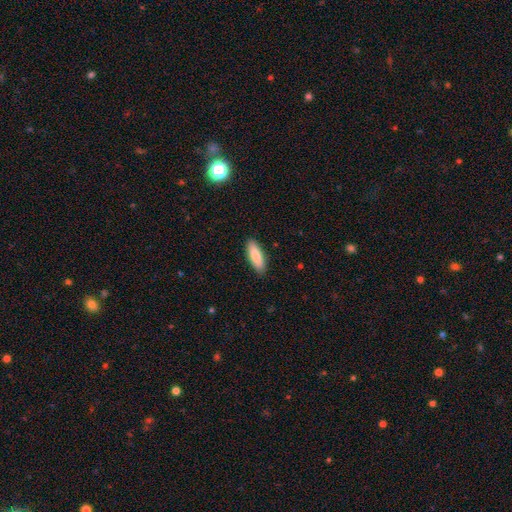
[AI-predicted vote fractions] Q: Smooth or featured?
A: smooth (83%); runner-up: featured or disk (11%)
Q: How rounded?
A: in between (57%); runner-up: cigar-shaped (42%)
Q: Merging?
A: none (89%); runner-up: minor disturbance (8%)